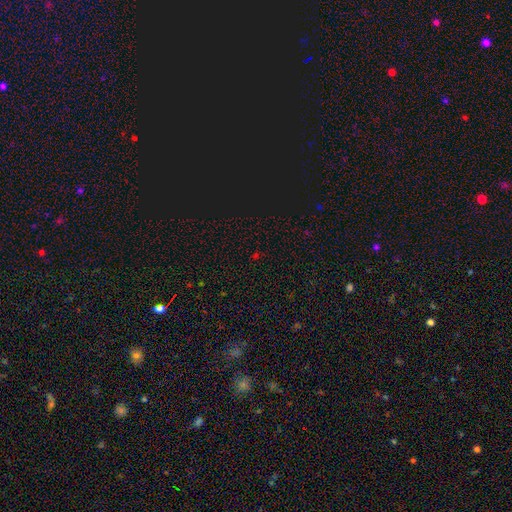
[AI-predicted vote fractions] Smooth or featured? star or artifact (68%)